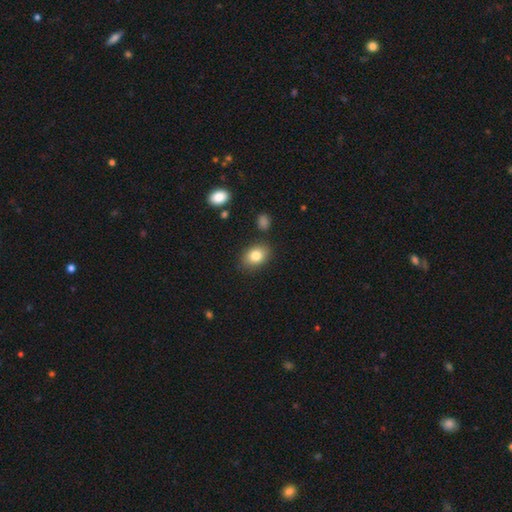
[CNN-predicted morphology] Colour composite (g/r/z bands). It shows a smooth galaxy with no disk features (82%) that is in between round and cigar-shaped (74%). Merging: none (83%).